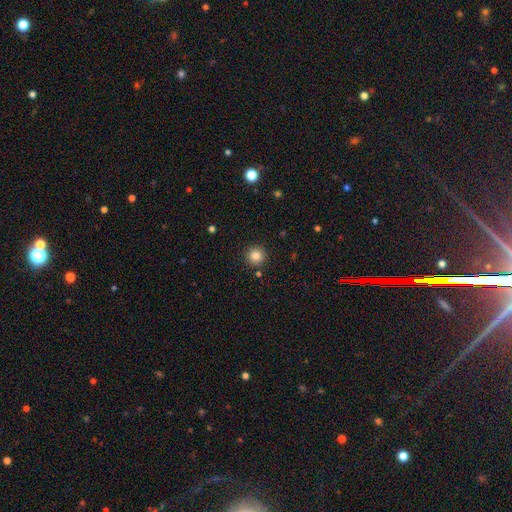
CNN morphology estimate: This is clearly a smooth galaxy (84%). How rounded: clearly round (95%). Merging: clearly none (91%).